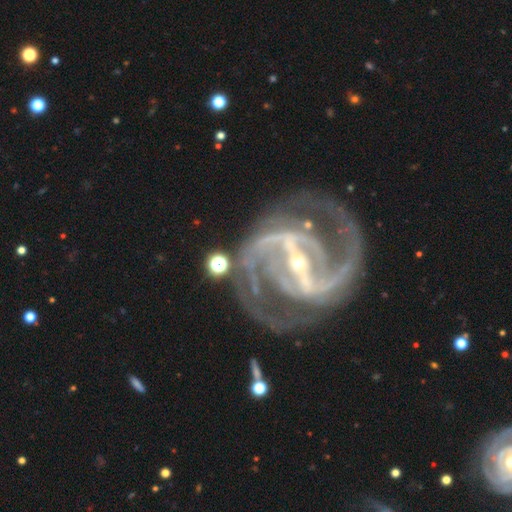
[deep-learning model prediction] Smooth or featured: featured or disk — 94% (star or artifact — 5%)
Edge-on disk: no — 97% (yes — 3%)
Bar: strong — 83% (weak — 12%)
Spiral arms: yes — 98% (no — 2%)
Spiral winding: medium — 54% (tight — 34%)
Spiral arm count: 2 — 83% (3 — 6%)
Bulge size: small — 78% (moderate — 18%)
Merging: none — 71% (minor disturbance — 15%)